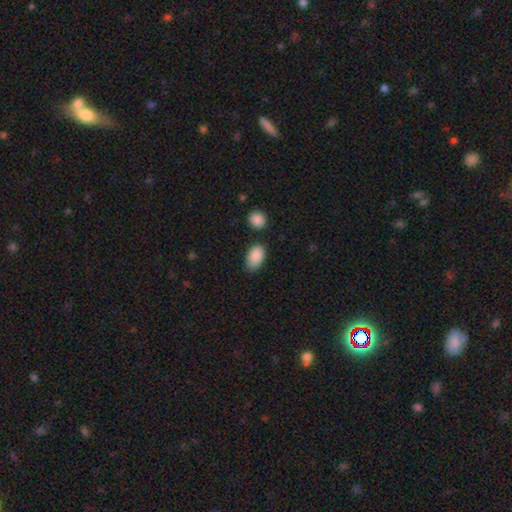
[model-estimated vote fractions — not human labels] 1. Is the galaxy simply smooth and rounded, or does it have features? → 88% smooth, 7% star or artifact, 5% featured or disk.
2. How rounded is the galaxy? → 93% in between, 5% round, 2% cigar-shaped.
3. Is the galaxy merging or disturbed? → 73% none, 18% minor disturbance, 5% merger, 4% major disturbance.